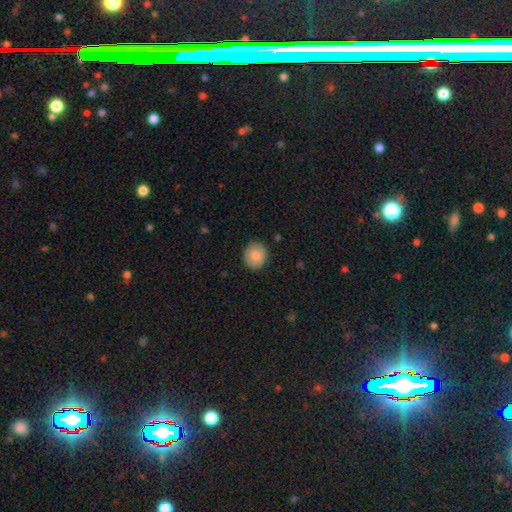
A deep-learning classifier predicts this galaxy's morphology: Q: Smooth or featured?
A: smooth (85%); runner-up: featured or disk (7%)
Q: How rounded?
A: round (79%); runner-up: in between (20%)
Q: Merging?
A: none (87%); runner-up: minor disturbance (10%)